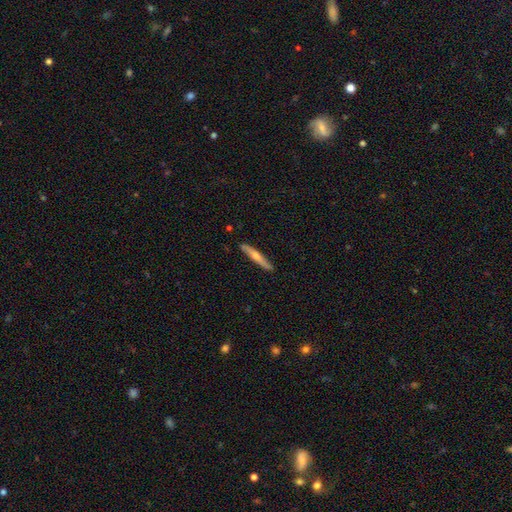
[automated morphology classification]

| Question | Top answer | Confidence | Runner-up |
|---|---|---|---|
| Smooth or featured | featured or disk | 58% | smooth (36%) |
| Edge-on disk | yes | 95% | no (5%) |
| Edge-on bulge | rounded | 78% | none (17%) |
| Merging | none | 88% | minor disturbance (9%) |